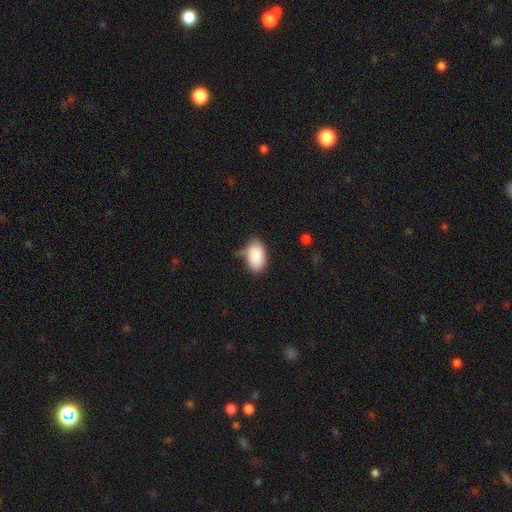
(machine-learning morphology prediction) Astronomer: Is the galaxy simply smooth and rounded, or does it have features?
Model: smooth — 87%.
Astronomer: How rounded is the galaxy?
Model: in between — 92%.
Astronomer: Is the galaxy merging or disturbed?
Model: none — 51% (runner-up: minor disturbance, 34%).